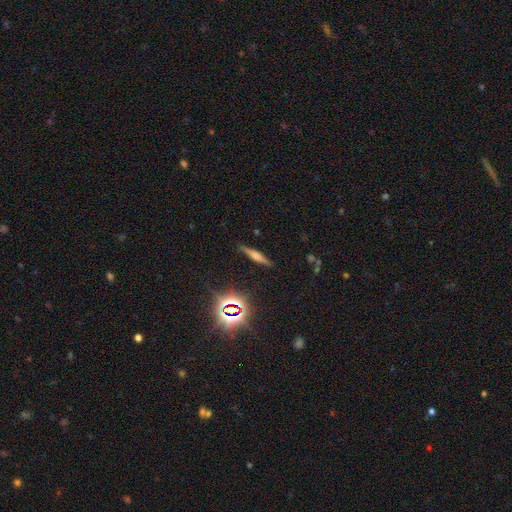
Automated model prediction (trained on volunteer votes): The model was most divided on "smooth or featured": featured or disk: 52%, smooth: 27%, star or artifact: 21%. More confident: edge-on disk — yes (95%); merging — none (88%).